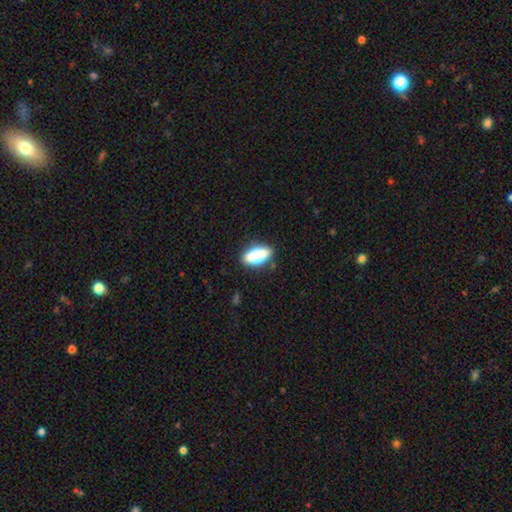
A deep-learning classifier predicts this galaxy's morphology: smooth 68%, featured or disk 23%, star or artifact 9%. Down the decision tree: how rounded — in between (81%); merging — none (83%).